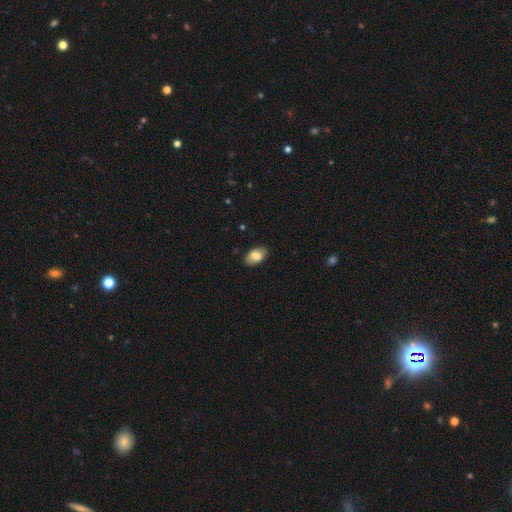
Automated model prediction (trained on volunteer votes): Smooth or featured: smooth — 81% (featured or disk — 13%)
How rounded: in between — 93% (round — 6%)
Merging: none — 86% (minor disturbance — 11%)